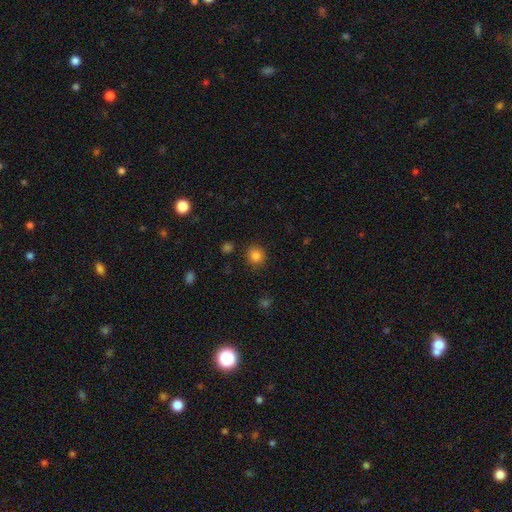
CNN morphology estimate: Overall: smooth (84%). How rounded: round (89%). Merging: none (88%).